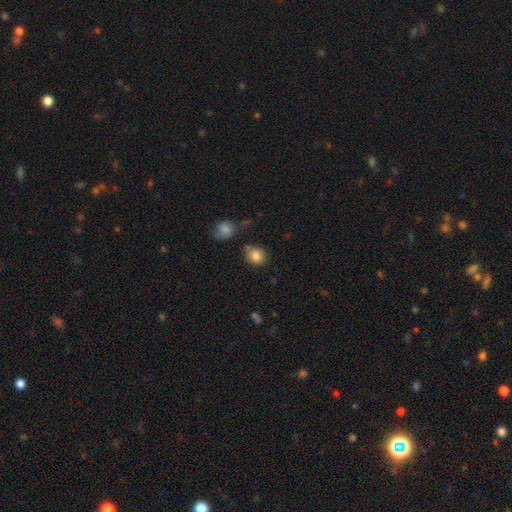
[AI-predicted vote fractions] smooth 83%, star or artifact 10%, featured or disk 7%. Down the decision tree: how rounded — round (79%); merging — none (74%).